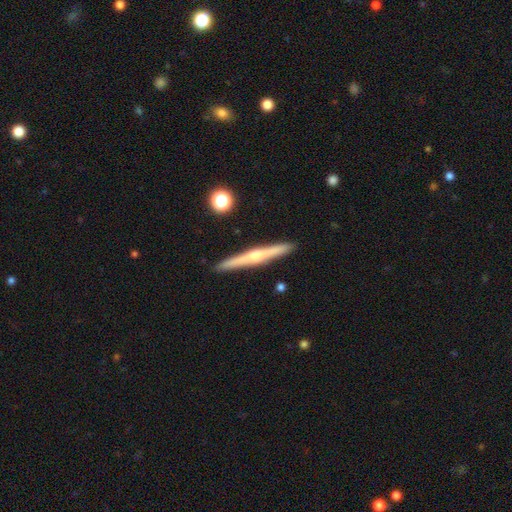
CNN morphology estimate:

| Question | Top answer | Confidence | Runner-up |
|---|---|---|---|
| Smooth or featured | featured or disk | 67% | smooth (27%) |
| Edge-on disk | yes | 98% | no (2%) |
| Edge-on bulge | rounded | 76% | none (18%) |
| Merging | none | 92% | minor disturbance (6%) |